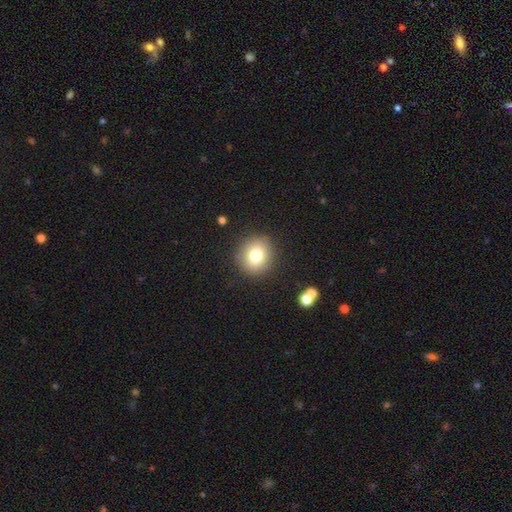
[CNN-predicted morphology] Smooth or featured? smooth (77%)
How rounded? round (86%)
Merging? none (88%)